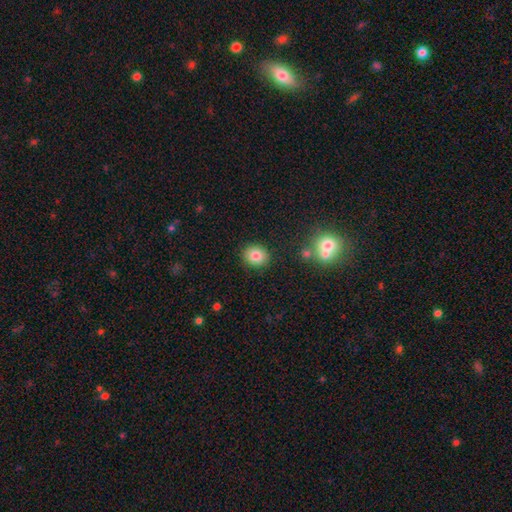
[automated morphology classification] Overall: smooth (82%). How rounded: round (75%). Merging: none (88%).